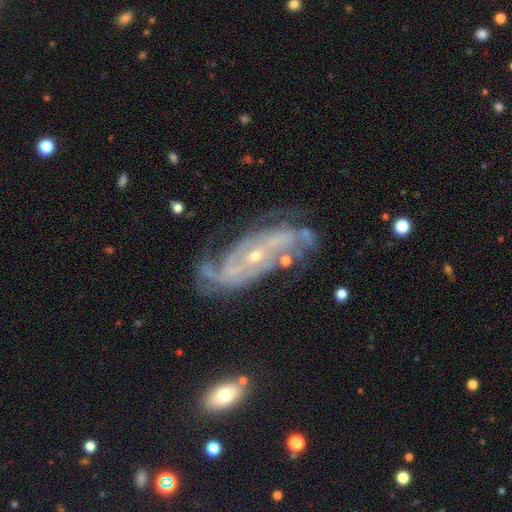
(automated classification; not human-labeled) Smooth or featured? featured or disk (88%)
Edge-on disk? no (91%)
Bar? no (60%)
Spiral arms? yes (95%)
Spiral winding? tight (54%)
Spiral arm count? 2 (34%)
Bulge size? small (74%)
Merging? none (62%)